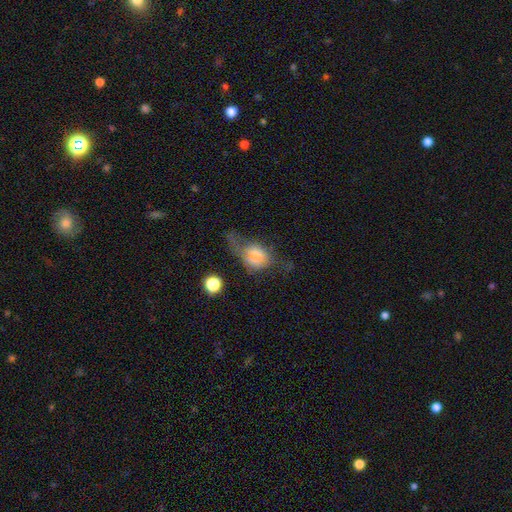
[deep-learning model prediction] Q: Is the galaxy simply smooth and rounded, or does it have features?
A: smooth — 61%.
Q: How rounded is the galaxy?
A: in between — 62%.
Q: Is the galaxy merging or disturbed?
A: major disturbance — 48%.